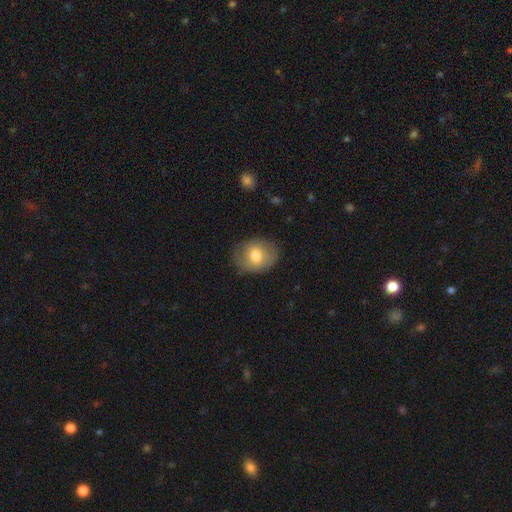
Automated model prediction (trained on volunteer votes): Morphology: type=smooth (71%); roundness=round (55%); merging=none (79%).